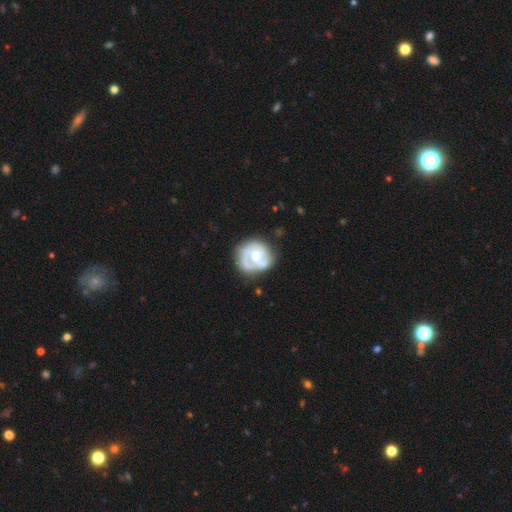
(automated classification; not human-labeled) Smooth or featured: featured or disk — 68% (smooth — 27%)
Edge-on disk: no — 98% (yes — 2%)
Bar: no — 75% (weak — 21%)
Spiral arms: yes — 73% (no — 27%)
Bulge size: moderate — 69% (small — 21%)
Merging: none — 58% (minor disturbance — 23%)